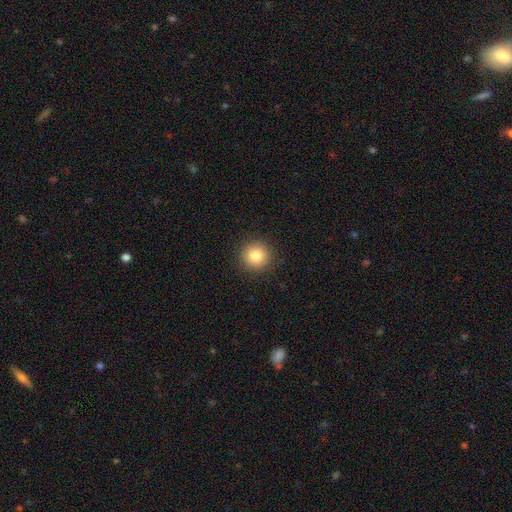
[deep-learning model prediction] A smooth galaxy with no disk features (83%) that is round (95%). Merging: none (91%).